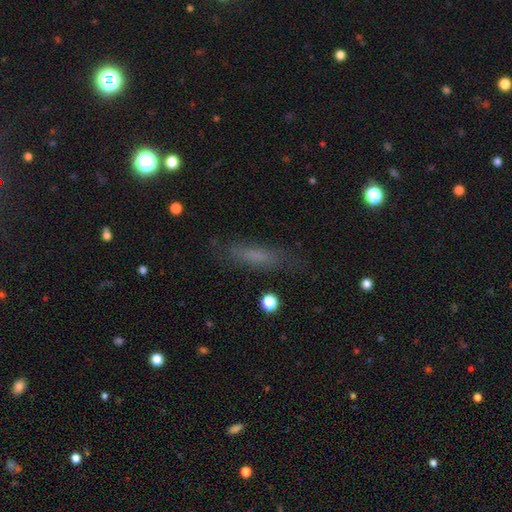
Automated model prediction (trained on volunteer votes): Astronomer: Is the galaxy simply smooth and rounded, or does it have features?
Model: smooth — 62%.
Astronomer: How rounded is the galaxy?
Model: cigar-shaped — 72%.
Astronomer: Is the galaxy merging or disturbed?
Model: none — 79%.